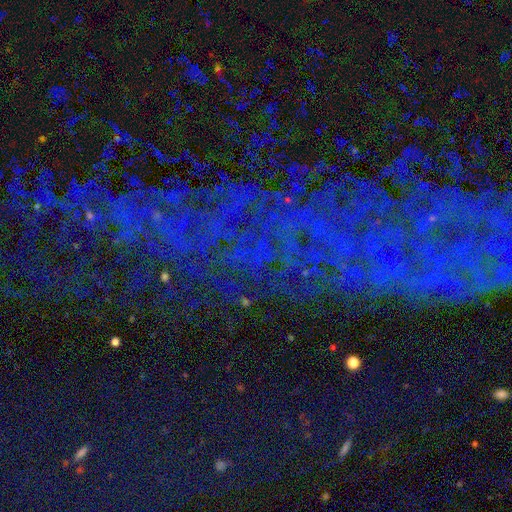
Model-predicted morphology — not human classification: This is likely a star or artifact rather than a galaxy (78%).